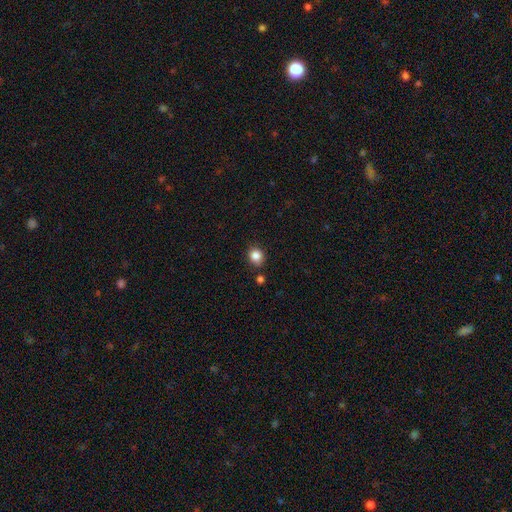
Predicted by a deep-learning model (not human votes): The model was most divided on "how rounded": round: 74%, in between: 25%, cigar-shaped: 1%. More confident: smooth or featured — smooth (85%); merging — none (82%).